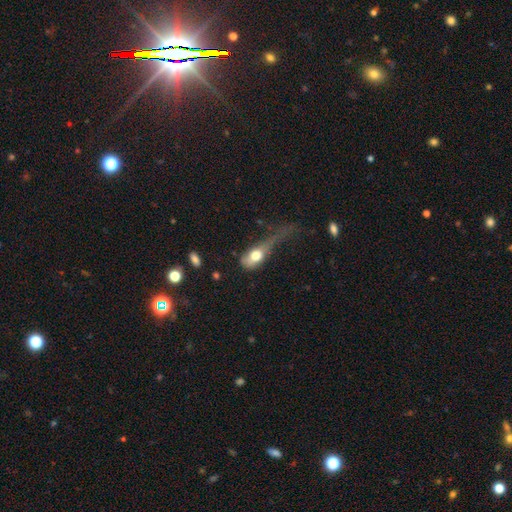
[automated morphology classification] smooth_or_featured: smooth (p=0.69) [alt: featured or disk p=0.23]
how_rounded: in between (p=0.74) [alt: round p=0.17]
merging: major disturbance (p=0.58) [alt: minor disturbance p=0.22]